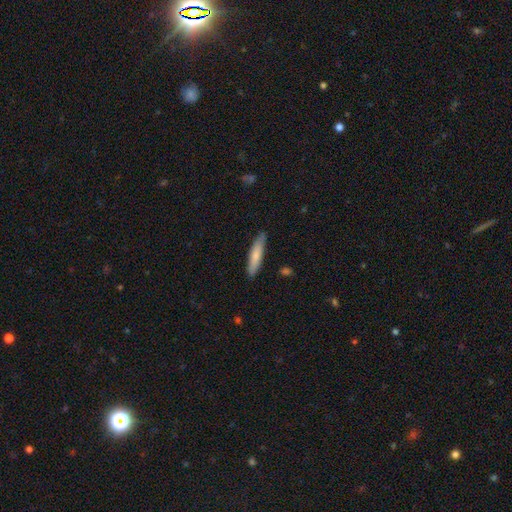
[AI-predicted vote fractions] A smooth galaxy with no disk features (75%) that is cigar-shaped (82%). Merging: none (84%).